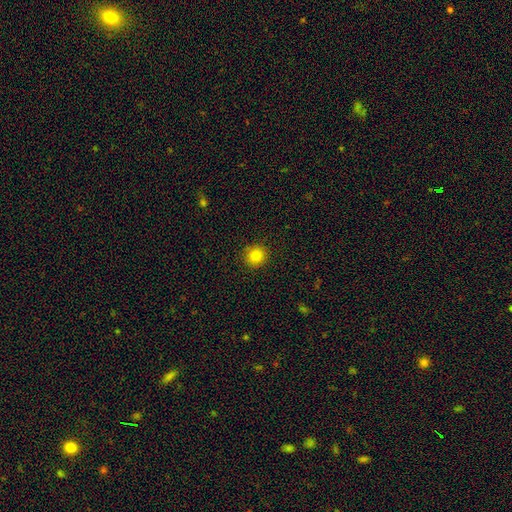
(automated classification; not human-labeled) Smooth or featured: smooth — 83% (star or artifact — 11%)
How rounded: round — 93% (in between — 7%)
Merging: none — 91% (minor disturbance — 6%)